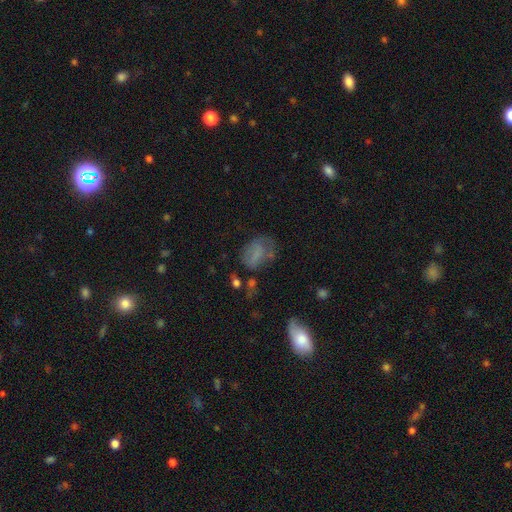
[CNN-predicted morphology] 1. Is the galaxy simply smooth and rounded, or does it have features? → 63% smooth, 23% featured or disk, 14% star or artifact.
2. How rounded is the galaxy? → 77% in between, 21% round, 2% cigar-shaped.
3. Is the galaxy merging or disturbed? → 46% none, 27% minor disturbance, 22% major disturbance, 5% merger.